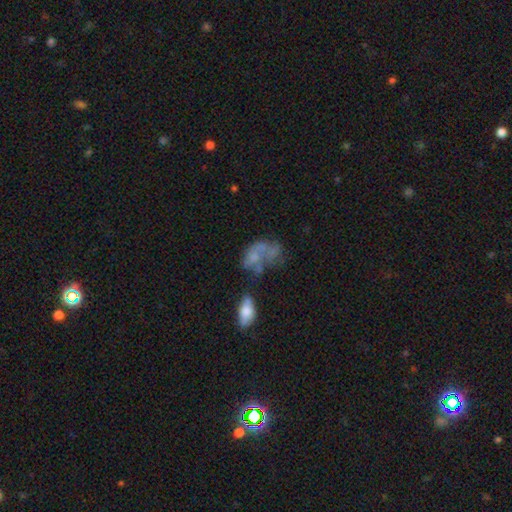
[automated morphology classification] The model was most divided on "smooth or featured": featured or disk: 44%, smooth: 42%, star or artifact: 13%. Remaining: merging — merger (36%).